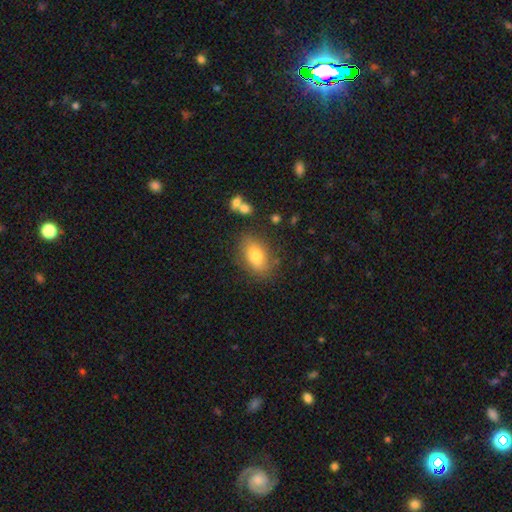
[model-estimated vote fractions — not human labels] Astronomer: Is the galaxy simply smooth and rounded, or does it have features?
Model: smooth — 77%.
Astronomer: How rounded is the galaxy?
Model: in between — 86%.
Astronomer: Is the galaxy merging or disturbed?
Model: none — 80%.